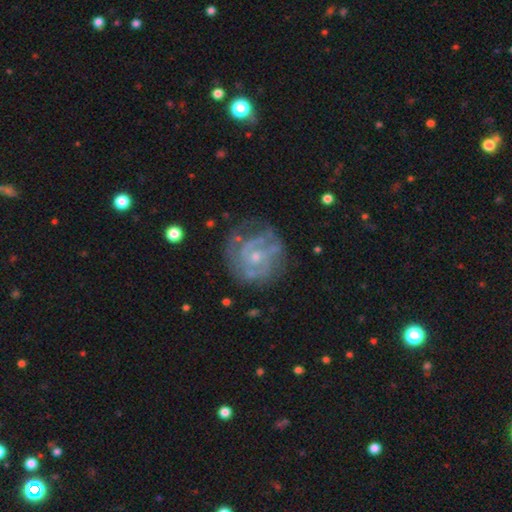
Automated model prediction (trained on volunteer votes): A featured or disk galaxy (81%) with no bar (69%), tight (55%) spiral arms (84%) and a small central bulge (66%).

Vote fractions:
- Smooth or featured? featured or disk: 81% / smooth: 12% / star or artifact: 7%
- Edge-on disk? no: 98% / yes: 2%
- Bar? no: 69% / weak: 26% / strong: 5%
- Spiral arms? yes: 84% / no: 16%
- Spiral winding? tight: 55% / medium: 34% / loose: 11%
- Spiral arm count? can't tell: 36% / 2: 34% / 3: 16% / 1: 6% / 4: 5% / more than 4: 4%
- Bulge size? small: 66% / moderate: 29% / none: 3% / large: 1% / dominant: 1%
- Merging? none: 61% / minor disturbance: 22% / major disturbance: 15% / merger: 2%